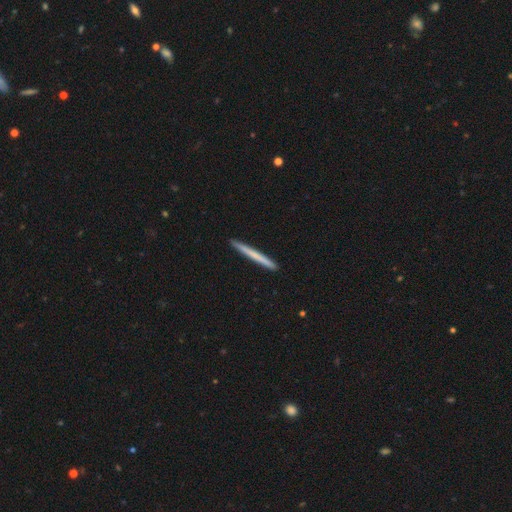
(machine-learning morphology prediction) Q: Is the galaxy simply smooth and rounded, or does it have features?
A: smooth — 63%.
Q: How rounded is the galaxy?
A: cigar-shaped — 97%.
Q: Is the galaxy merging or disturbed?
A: none — 93%.